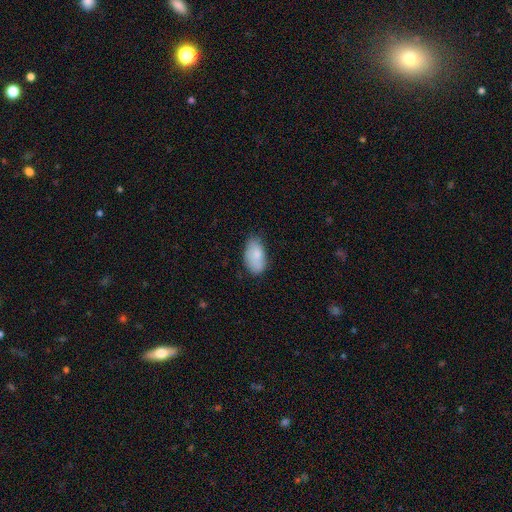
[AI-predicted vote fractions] The model was most divided on "merging": none: 67%, minor disturbance: 27%, major disturbance: 5%, merger: 2%. More confident: how rounded — in between (94%); smooth or featured — smooth (83%).